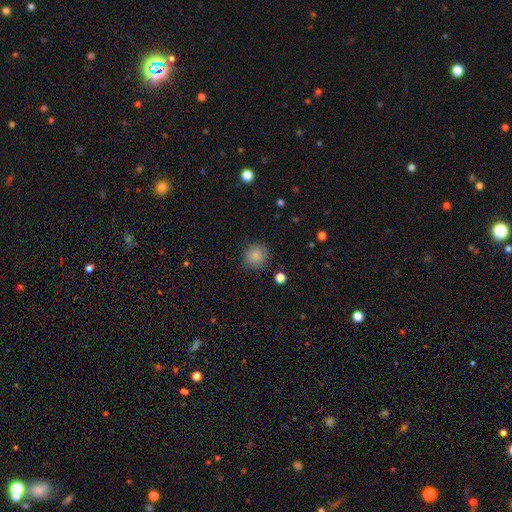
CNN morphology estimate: The model was most divided on "smooth or featured": smooth: 84%, star or artifact: 9%, featured or disk: 6%. More confident: how rounded — round (88%); merging — none (86%).